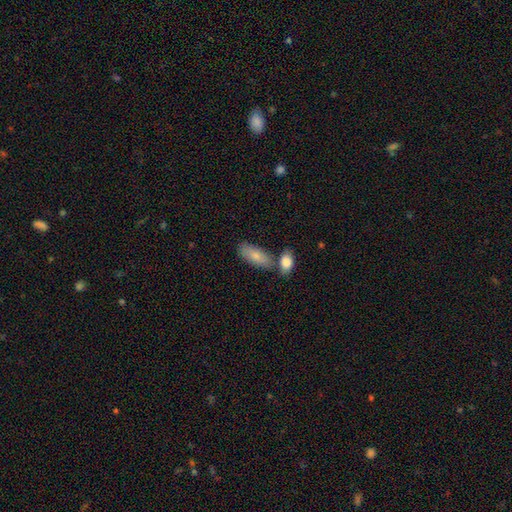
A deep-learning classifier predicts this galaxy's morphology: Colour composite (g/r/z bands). It shows a smooth galaxy with no disk features (80%) that is in between round and cigar-shaped (84%). Merging: none (60%).